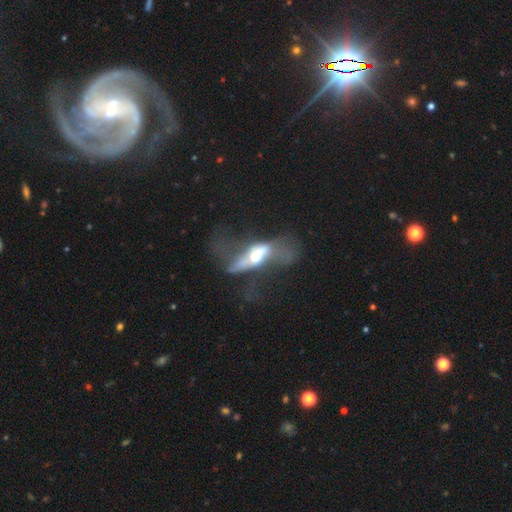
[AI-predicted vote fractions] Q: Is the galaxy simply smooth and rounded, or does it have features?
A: featured or disk — 62%.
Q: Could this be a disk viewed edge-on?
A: no — 68%.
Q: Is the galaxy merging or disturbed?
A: major disturbance — 51%.